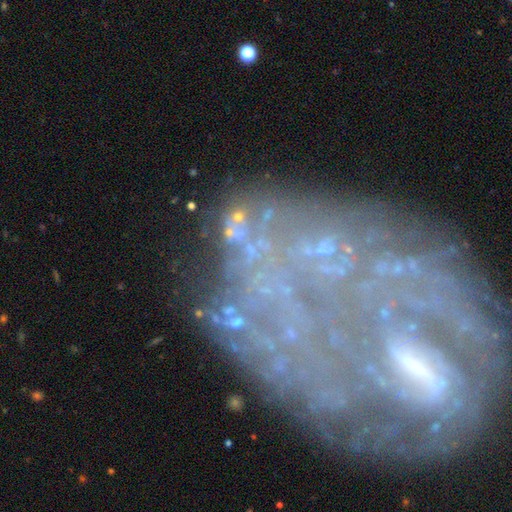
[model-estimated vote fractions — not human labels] The model was most divided on "smooth or featured": featured or disk: 46%, star or artifact: 35%, smooth: 18%. More confident: merging — none (54%).